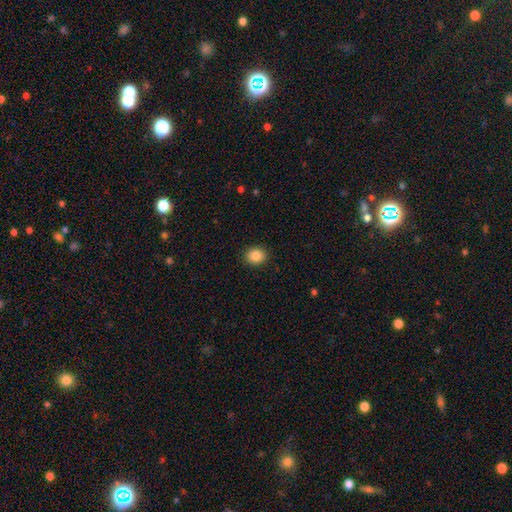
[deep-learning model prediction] Smooth or featured: smooth — 86% (star or artifact — 9%)
How rounded: round — 71% (in between — 29%)
Merging: none — 91% (minor disturbance — 7%)